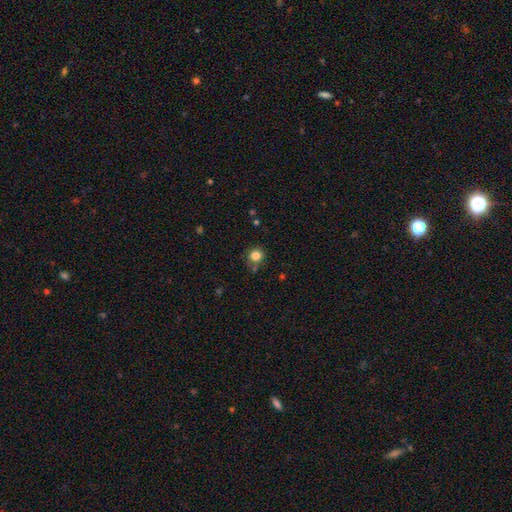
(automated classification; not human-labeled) A smooth galaxy with no disk features (82%) that is round (89%). Merging: none (77%).